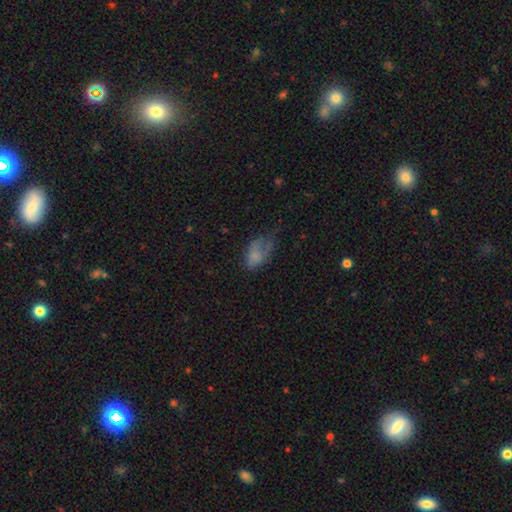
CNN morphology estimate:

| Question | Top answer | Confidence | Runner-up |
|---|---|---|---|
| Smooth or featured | smooth | 66% | featured or disk (22%) |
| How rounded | in between | 89% | round (8%) |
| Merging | major disturbance | 35% | minor disturbance (31%) |